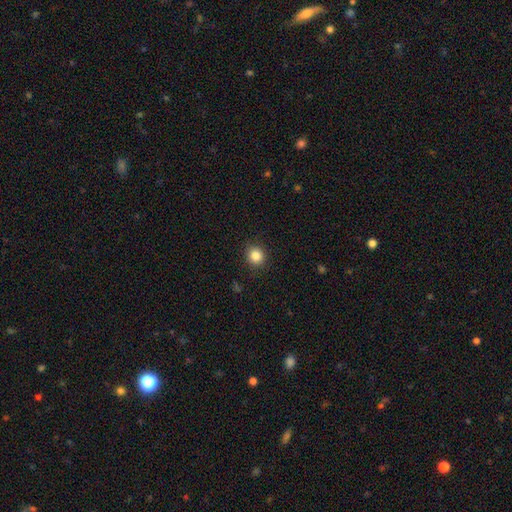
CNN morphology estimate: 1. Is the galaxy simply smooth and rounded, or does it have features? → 85% smooth, 11% star or artifact, 5% featured or disk.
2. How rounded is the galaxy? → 88% round, 11% in between, 1% cigar-shaped.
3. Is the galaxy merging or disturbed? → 91% none, 6% minor disturbance, 2% major disturbance, 1% merger.